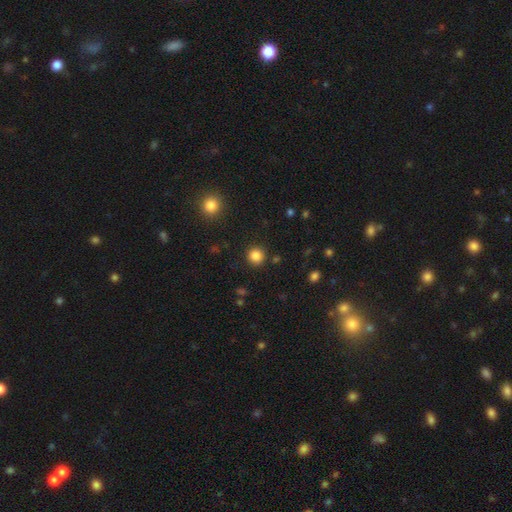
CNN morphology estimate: Smooth or featured: smooth — 85% (star or artifact — 12%)
How rounded: round — 93% (in between — 6%)
Merging: none — 90% (minor disturbance — 6%)